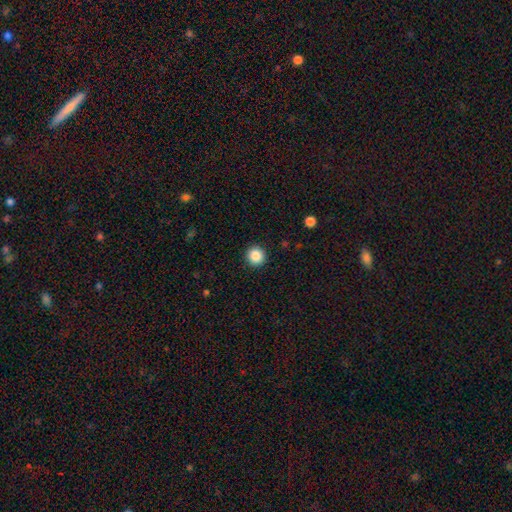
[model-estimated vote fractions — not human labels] smooth 87%, star or artifact 10%, featured or disk 3%. Down the decision tree: how rounded — round (95%); merging — none (92%).